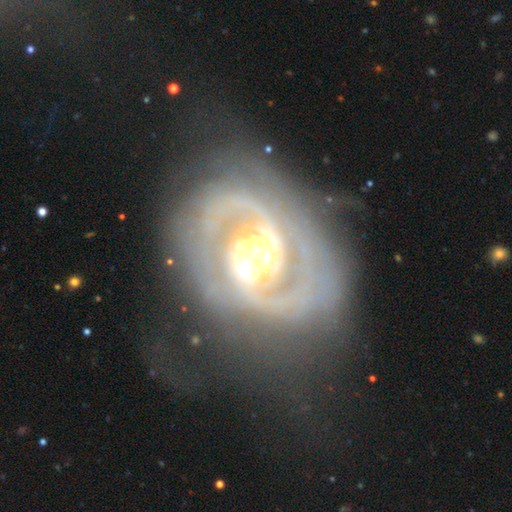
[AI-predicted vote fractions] This appears to be a featured or disk galaxy (89%) with a strong bar (43%), 2 (72%) tight (50%) spiral arms (91%) and a moderate central bulge (51%). Merging: none (72%).